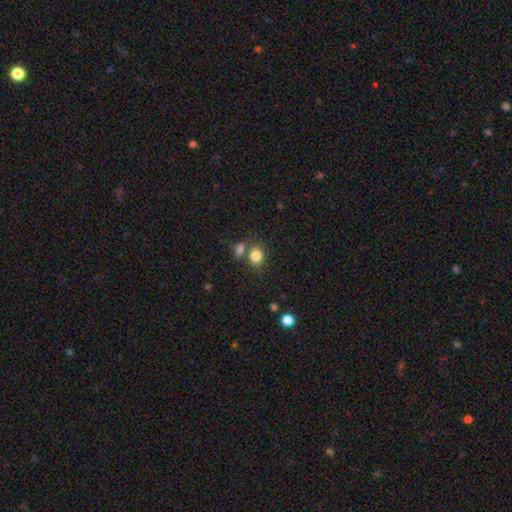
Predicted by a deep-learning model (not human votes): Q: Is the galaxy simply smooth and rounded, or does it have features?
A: smooth — 84%.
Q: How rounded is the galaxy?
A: round — 57%.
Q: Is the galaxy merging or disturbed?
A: none — 62%.